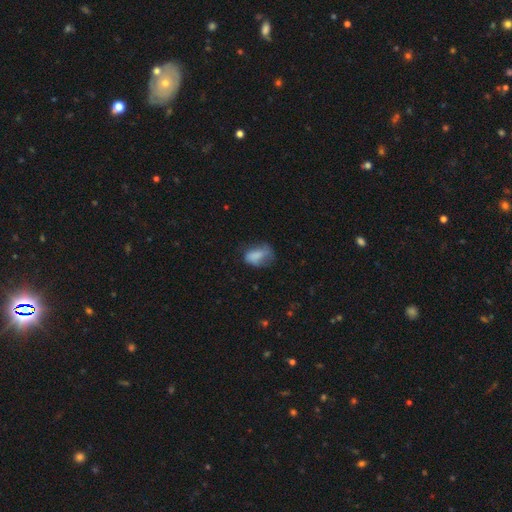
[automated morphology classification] A smooth galaxy with no disk features (70%) that is in between round and cigar-shaped (85%).

Vote fractions:
- Smooth or featured? smooth: 70% / featured or disk: 20% / star or artifact: 10%
- How rounded? in between: 85% / round: 11% / cigar-shaped: 3%
- Merging? none: 34% / minor disturbance: 32% / major disturbance: 31% / merger: 3%